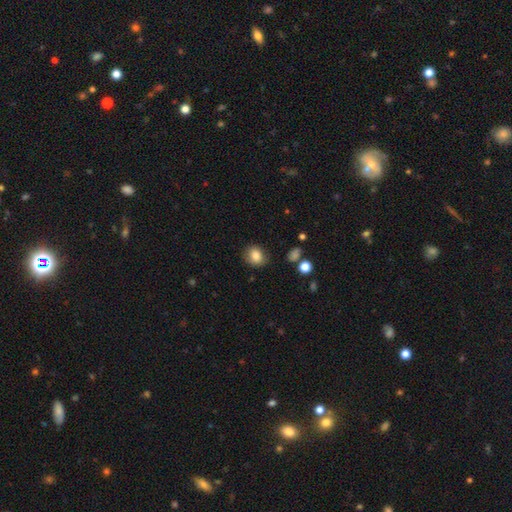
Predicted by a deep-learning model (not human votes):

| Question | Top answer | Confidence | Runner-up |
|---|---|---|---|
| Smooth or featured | smooth | 83% | star or artifact (9%) |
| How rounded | round | 61% | in between (38%) |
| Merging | none | 79% | minor disturbance (15%) |